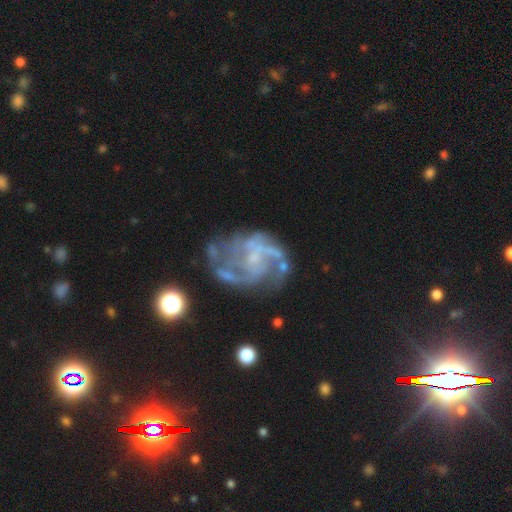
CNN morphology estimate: This is clearly a featured or disk galaxy (83%). It is clearly not viewed edge-on (98%). Bar: possibly no (56%). Spiral arm pattern: clearly yes (84%). Spiral arm count: marginally 2 (38%). Spiral winding: marginally medium (45%). Central bulge: marginally none (42%, tied with small). Merging: possibly none (51%).